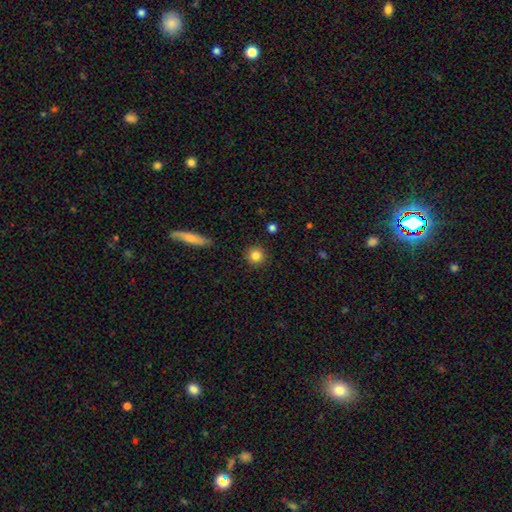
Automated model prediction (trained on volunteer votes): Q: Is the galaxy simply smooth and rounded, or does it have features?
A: smooth — 84%.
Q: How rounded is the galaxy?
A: round — 94%.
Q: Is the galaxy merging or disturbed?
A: none — 91%.